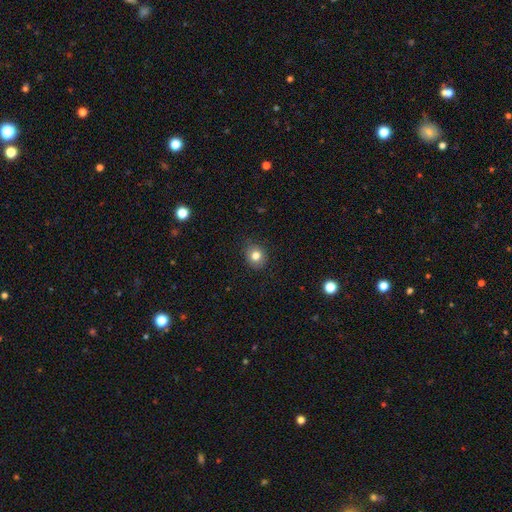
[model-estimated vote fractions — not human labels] smooth-or-featured: smooth: 80% | star or artifact: 11% | featured or disk: 9%
  how-rounded: round: 79% | in between: 20% | cigar-shaped: 1%
  merging: none: 86% | minor disturbance: 11% | major disturbance: 2% | merger: 1%